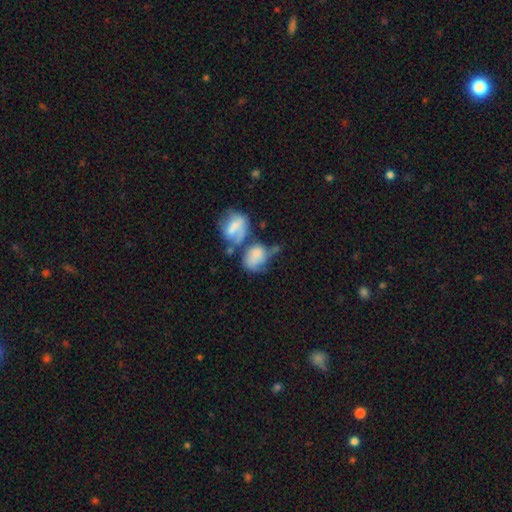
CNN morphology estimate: This is likely a smooth galaxy (64%). How rounded: likely in between (65%). Merging: possibly merger (46%).